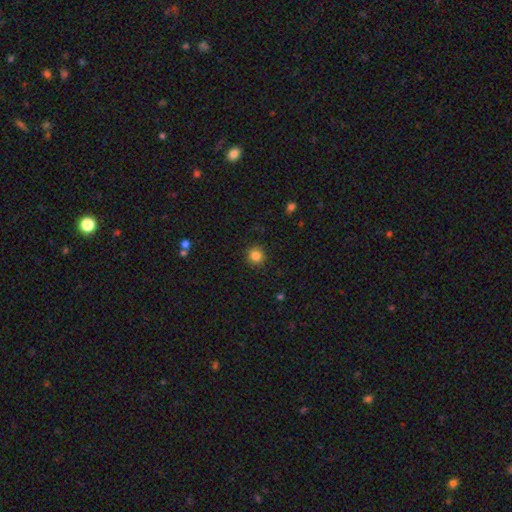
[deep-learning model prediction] This is clearly a smooth galaxy (84%). How rounded: clearly round (92%). Merging: clearly none (91%).